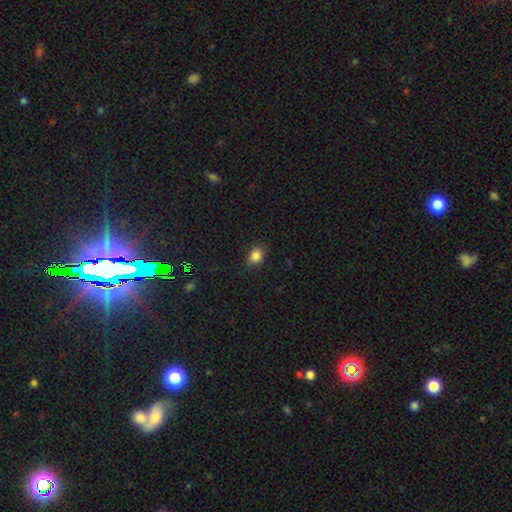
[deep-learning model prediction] This is clearly a smooth galaxy (85%). How rounded: possibly in between (55%). Merging: clearly none (84%).